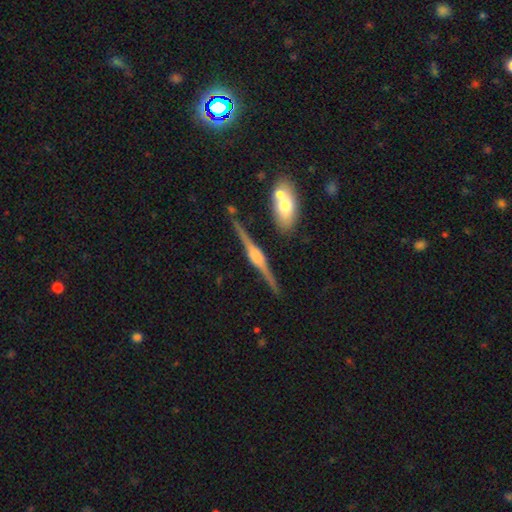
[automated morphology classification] A featured or disk galaxy (87%) viewed edge-on (98%) with a rounded central bulge (78%). Merging: none (85%).